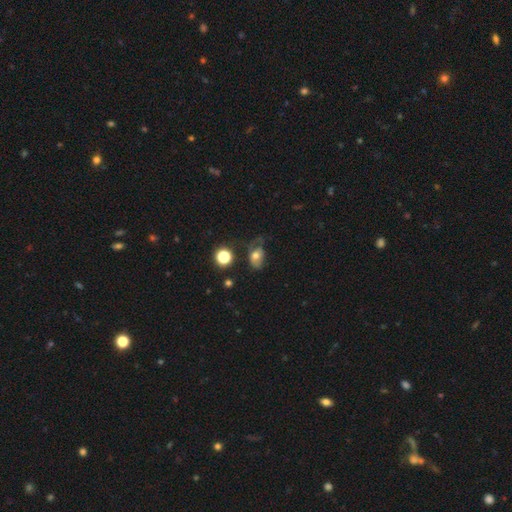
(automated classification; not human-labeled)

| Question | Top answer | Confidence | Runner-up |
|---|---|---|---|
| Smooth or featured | smooth | 61% | featured or disk (27%) |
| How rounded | in between | 75% | round (24%) |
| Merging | none | 33% | minor disturbance (31%) |